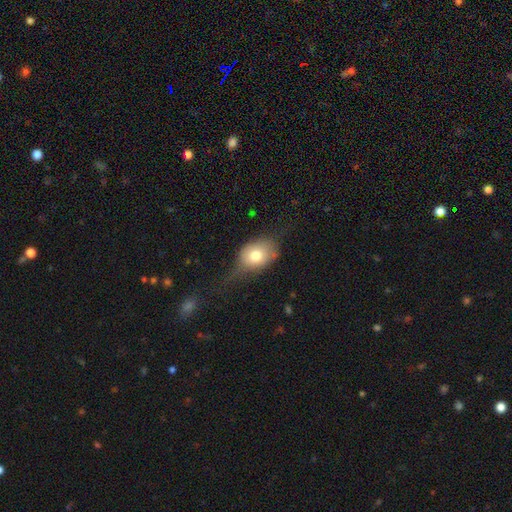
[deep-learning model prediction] Smooth or featured? smooth (73%)
How rounded? in between (70%)
Merging? none (39%)